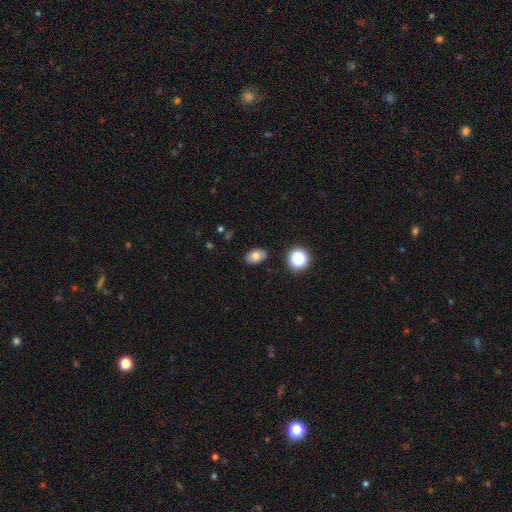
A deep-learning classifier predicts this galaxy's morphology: type=smooth (73%); roundness=in between (85%); merging=none (86%).